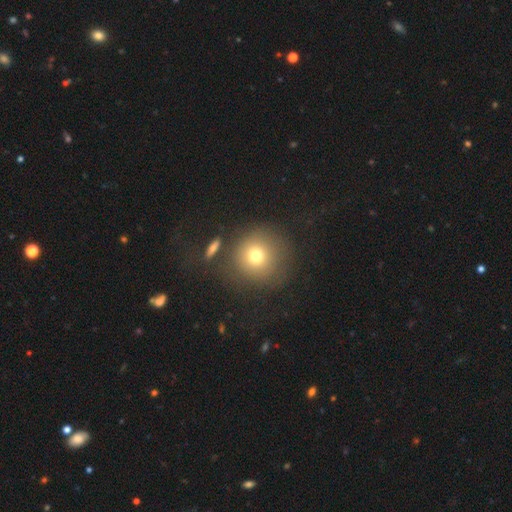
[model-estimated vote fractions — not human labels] Overall: smooth (73%). How rounded: round (91%). Merging: none (76%).